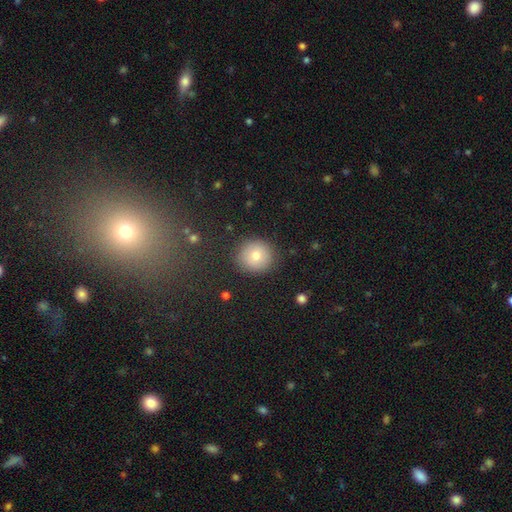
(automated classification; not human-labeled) Smooth or featured?
  - smooth: 75% *
  - featured or disk: 14%
  - star or artifact: 11%
How rounded?
  - round: 89% *
  - in between: 10%
  - cigar-shaped: 1%
Merging?
  - none: 86% *
  - minor disturbance: 9%
  - major disturbance: 3%
  - merger: 1%